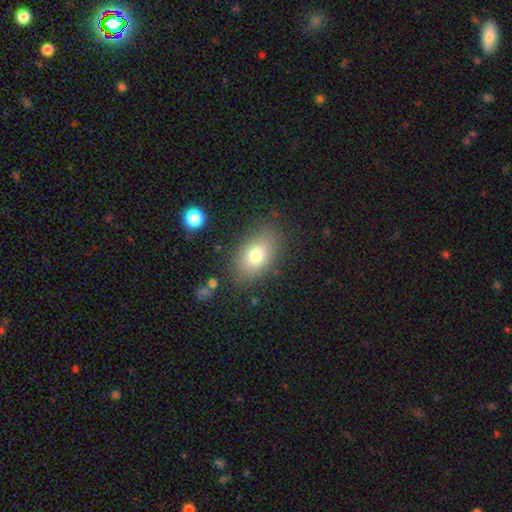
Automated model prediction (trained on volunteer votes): A smooth galaxy with no disk features (76%) that is in between round and cigar-shaped (85%).

Vote fractions:
- Smooth or featured? smooth: 76% / featured or disk: 14% / star or artifact: 10%
- How rounded? in between: 85% / round: 13% / cigar-shaped: 2%
- Merging? none: 80% / minor disturbance: 13% / major disturbance: 5% / merger: 2%